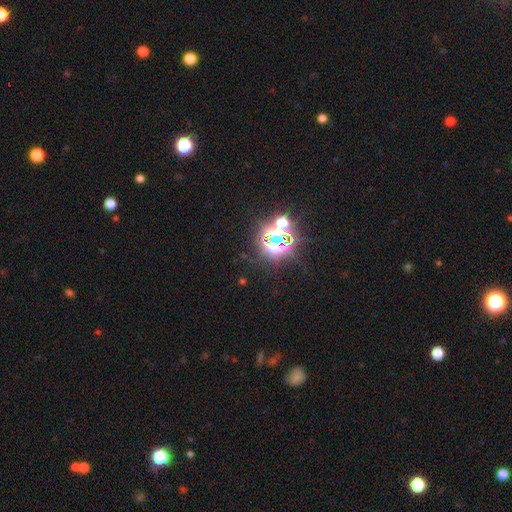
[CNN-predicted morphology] Smooth or featured? star or artifact (82%)